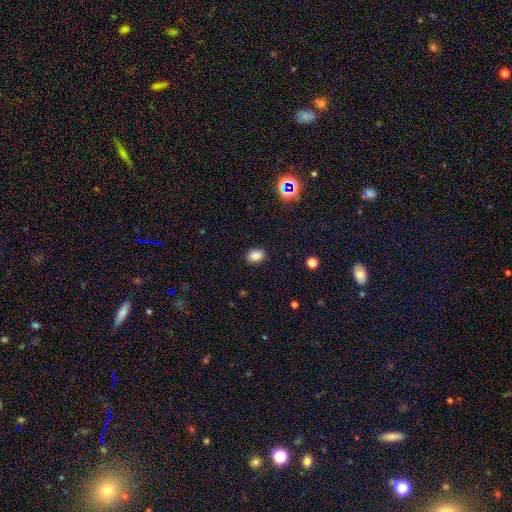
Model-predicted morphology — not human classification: Smooth or featured?
  - smooth: 85% *
  - star or artifact: 11%
  - featured or disk: 4%
How rounded?
  - in between: 73% *
  - round: 26%
  - cigar-shaped: 1%
Merging?
  - none: 88% *
  - minor disturbance: 9%
  - major disturbance: 2%
  - merger: 1%